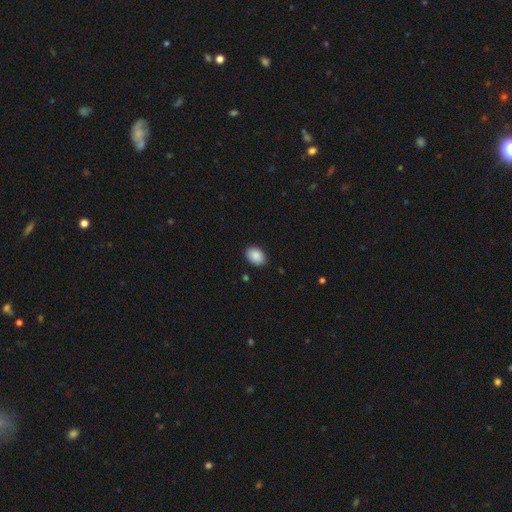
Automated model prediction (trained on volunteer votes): Morphology: type=smooth (89%); roundness=in between (81%); merging=none (86%).